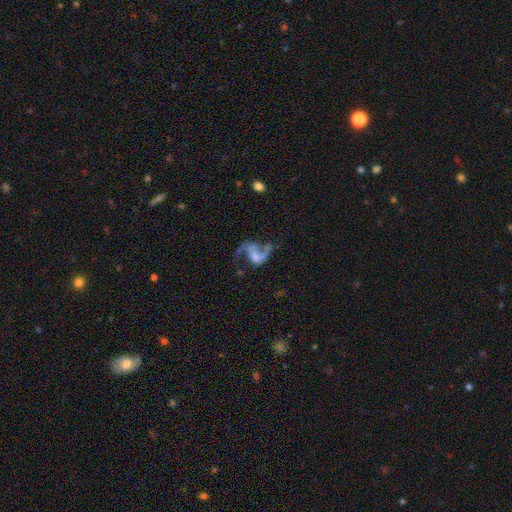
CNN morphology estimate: This is likely a featured or disk galaxy (75%). It is clearly not viewed edge-on (97%). Bar: possibly no (53%). Spiral arm pattern: clearly yes (83%). Spiral arm count: likely 2 (78%). Spiral winding: likely loose (74%). Central bulge: marginally small (32%, tied with none). Merging: marginally none (39%).